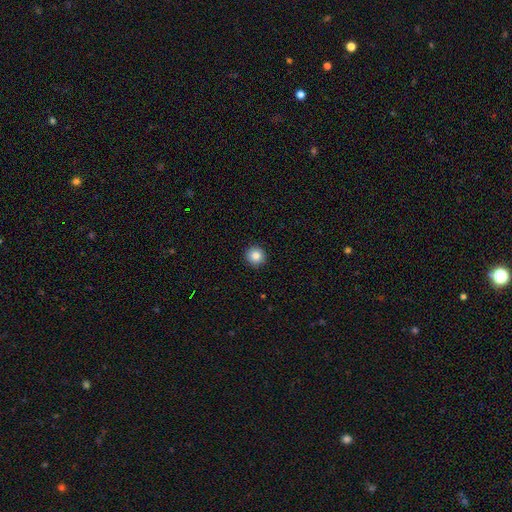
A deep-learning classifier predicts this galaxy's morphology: A smooth galaxy with no disk features (84%) that is round (94%).

Vote fractions:
- Smooth or featured? smooth: 84% / star or artifact: 10% / featured or disk: 7%
- How rounded? round: 94% / in between: 5% / cigar-shaped: 1%
- Merging? none: 93% / minor disturbance: 5% / major disturbance: 2% / merger: 1%